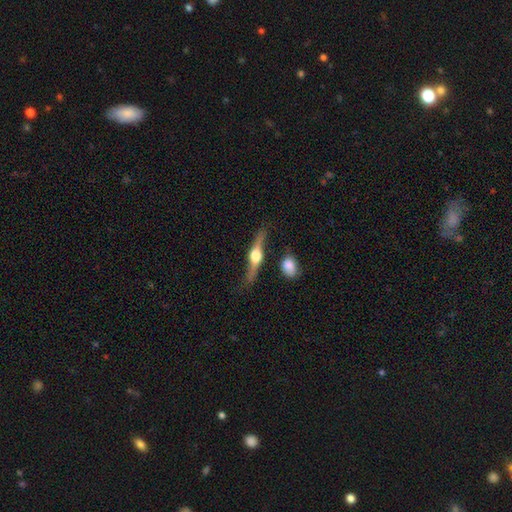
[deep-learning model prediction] Smooth or featured? featured or disk (81%)
Edge-on disk? yes (94%)
Edge-on bulge? rounded (96%)
Merging? none (76%)